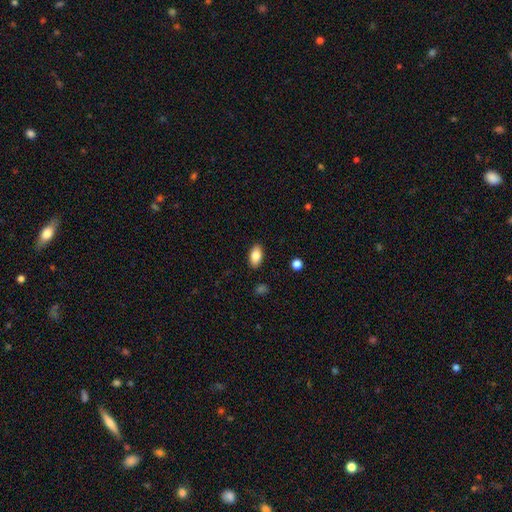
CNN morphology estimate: The model was most divided on "smooth or featured": smooth: 84%, featured or disk: 9%, star or artifact: 7%. More confident: how rounded — in between (92%); merging — none (88%).